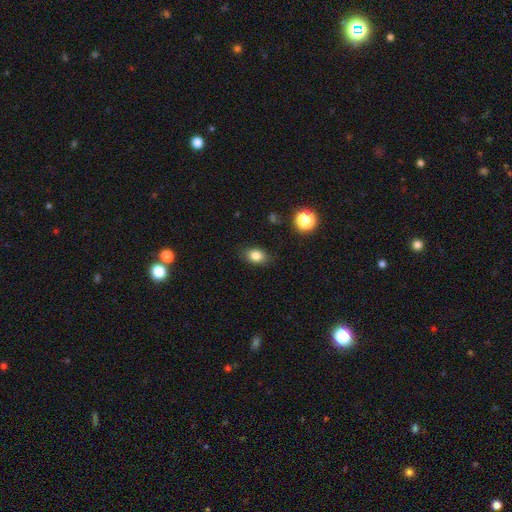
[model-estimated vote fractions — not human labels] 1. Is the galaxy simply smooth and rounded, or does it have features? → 82% smooth, 11% star or artifact, 7% featured or disk.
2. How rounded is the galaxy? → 76% in between, 22% round, 2% cigar-shaped.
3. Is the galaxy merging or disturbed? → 85% none, 11% minor disturbance, 3% major disturbance, 1% merger.